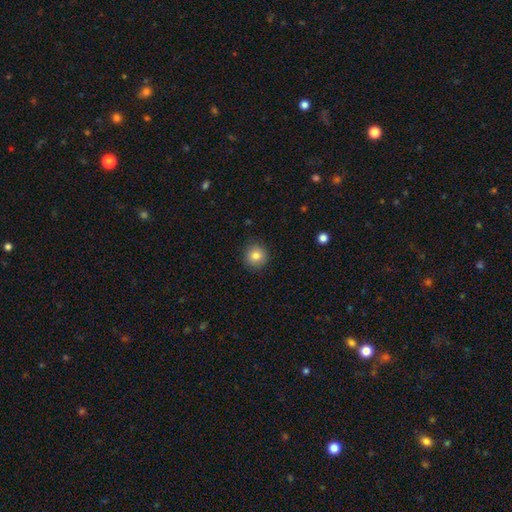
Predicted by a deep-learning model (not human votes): Morphology: type=smooth (83%); roundness=round (93%); merging=none (90%).